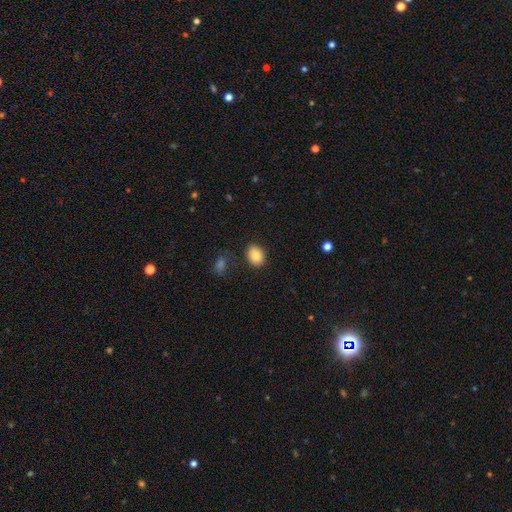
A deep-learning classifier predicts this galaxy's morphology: Smooth or featured: smooth — 85% (star or artifact — 8%)
How rounded: in between — 63% (round — 36%)
Merging: none — 84% (minor disturbance — 11%)